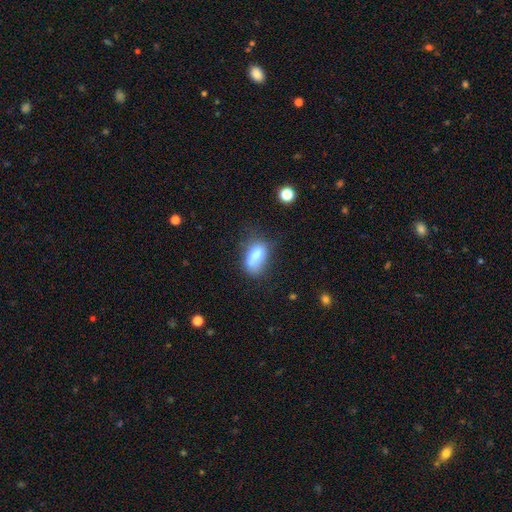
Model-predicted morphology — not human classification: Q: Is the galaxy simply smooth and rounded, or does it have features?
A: smooth — 75%.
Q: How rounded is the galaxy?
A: in between — 87%.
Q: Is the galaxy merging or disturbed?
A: none — 42%.